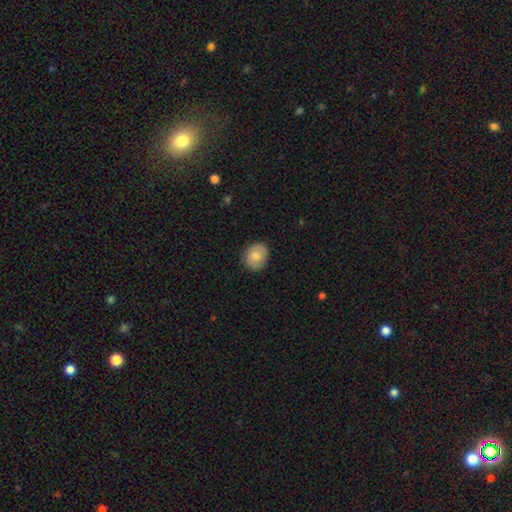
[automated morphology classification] A smooth galaxy with no disk features (77%) that is round (67%). Merging: none (84%).